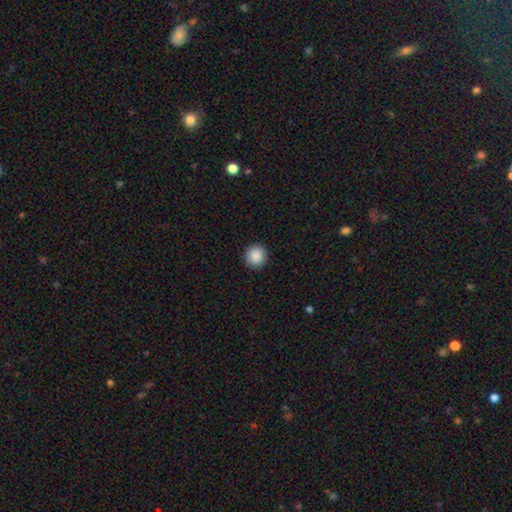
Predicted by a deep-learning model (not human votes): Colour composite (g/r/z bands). It shows a smooth galaxy with no disk features (89%) that is round (93%). Merging: none (92%).